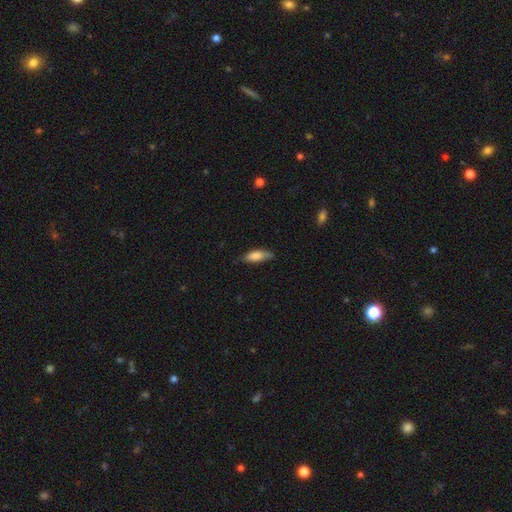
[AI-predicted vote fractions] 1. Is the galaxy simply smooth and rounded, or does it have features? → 76% smooth, 18% featured or disk, 6% star or artifact.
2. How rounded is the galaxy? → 65% in between, 32% cigar-shaped, 2% round.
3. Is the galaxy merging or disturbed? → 68% none, 26% minor disturbance, 4% major disturbance, 1% merger.